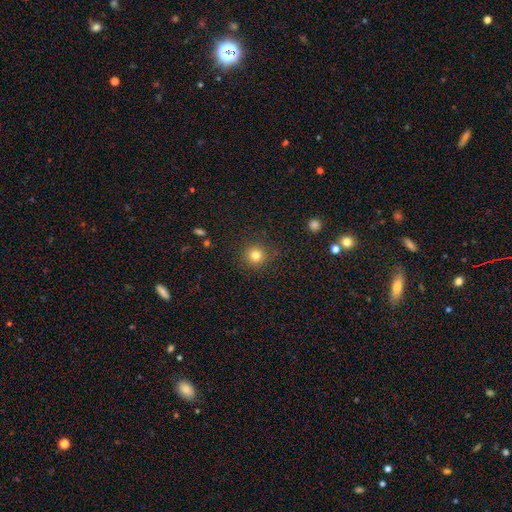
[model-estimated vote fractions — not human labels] Smooth or featured? smooth (81%)
How rounded? round (94%)
Merging? none (88%)